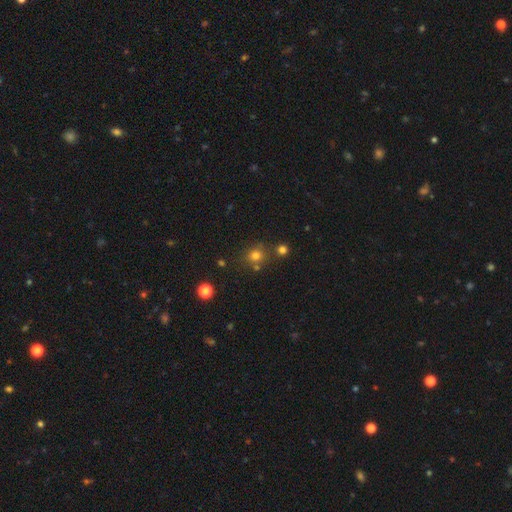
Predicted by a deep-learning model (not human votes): Smooth or featured?
  - smooth: 74% *
  - star or artifact: 18%
  - featured or disk: 8%
How rounded?
  - round: 86% *
  - in between: 13%
  - cigar-shaped: 1%
Merging?
  - none: 71% *
  - merger: 15%
  - minor disturbance: 11%
  - major disturbance: 4%